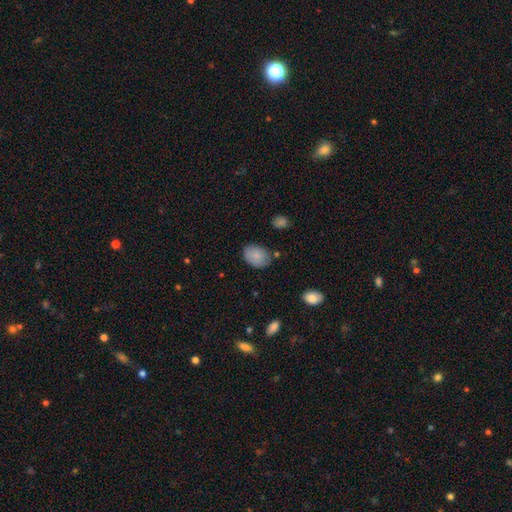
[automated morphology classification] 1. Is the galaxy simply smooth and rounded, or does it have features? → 84% smooth, 8% featured or disk, 7% star or artifact.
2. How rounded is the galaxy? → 81% in between, 18% round, 1% cigar-shaped.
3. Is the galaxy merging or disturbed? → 75% none, 18% minor disturbance, 4% major disturbance, 3% merger.